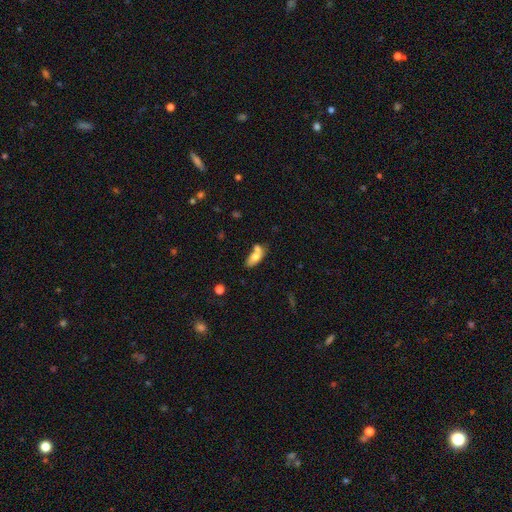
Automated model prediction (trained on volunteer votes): The model was most divided on "merging": merger: 43%, none: 37%, minor disturbance: 14%, major disturbance: 6%. More confident: how rounded — in between (81%); smooth or featured — smooth (68%).